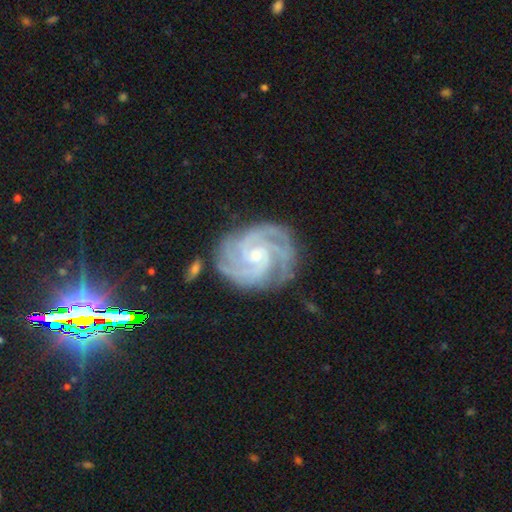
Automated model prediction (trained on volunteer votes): A featured or disk galaxy (91%) with no bar (61%), 3 (35%, tied with 4) tight (74%) spiral arms (99%) and a small central bulge (66%). Merging: none (78%).